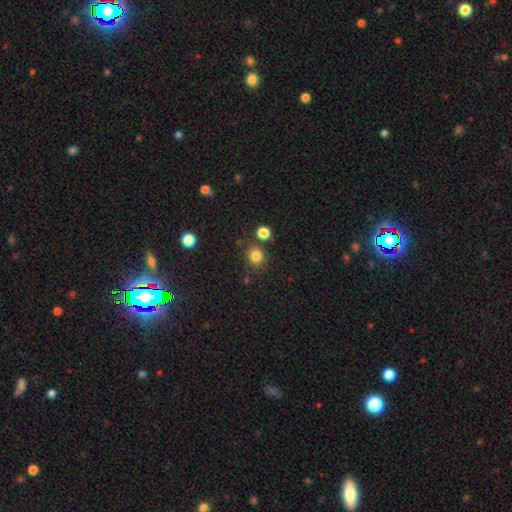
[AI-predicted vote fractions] A smooth galaxy with no disk features (82%) that is round (81%). Merging: none (78%).